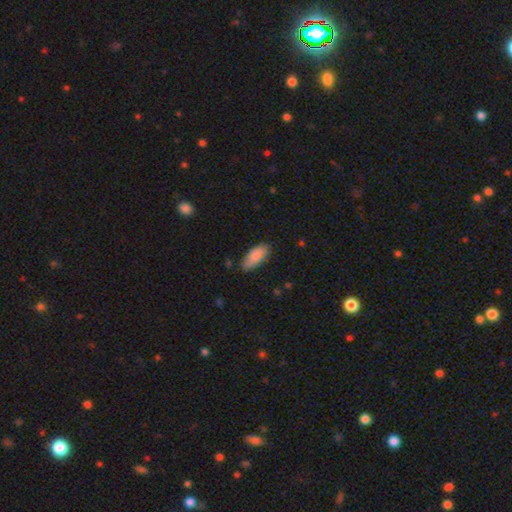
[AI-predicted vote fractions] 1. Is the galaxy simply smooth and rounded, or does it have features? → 88% smooth, 6% featured or disk, 6% star or artifact.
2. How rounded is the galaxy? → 86% in between, 13% cigar-shaped, 2% round.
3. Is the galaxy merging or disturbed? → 83% none, 14% minor disturbance, 2% major disturbance, 1% merger.